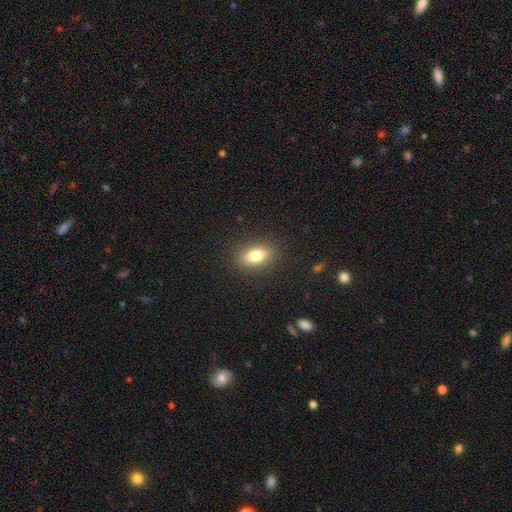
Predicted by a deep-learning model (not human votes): This appears to be a smooth galaxy with no disk features (78%) that is in between round and cigar-shaped (83%). Merging: none (88%).